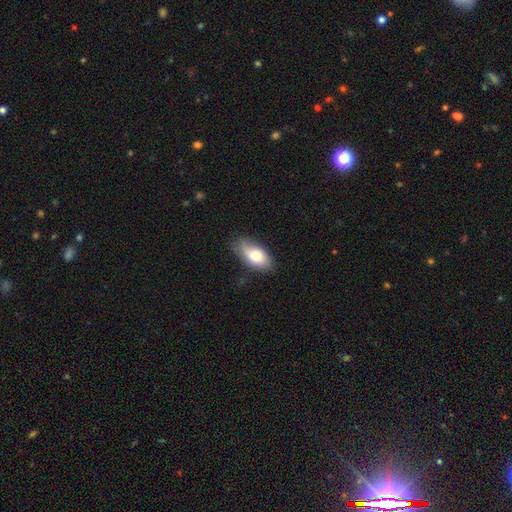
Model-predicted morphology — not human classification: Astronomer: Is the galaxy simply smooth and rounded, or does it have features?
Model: smooth — 72%.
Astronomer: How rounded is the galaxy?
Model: in between — 90%.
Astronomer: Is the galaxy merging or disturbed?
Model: none — 70%.